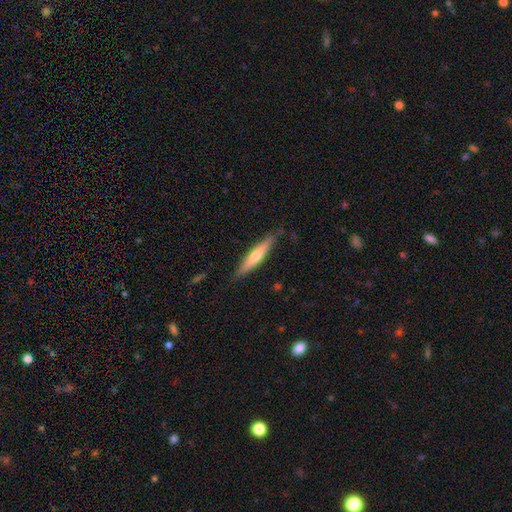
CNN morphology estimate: Smooth or featured?
  - featured or disk: 52% *
  - smooth: 42%
  - star or artifact: 6%
Edge-on disk?
  - yes: 95% *
  - no: 5%
Merging?
  - none: 86% *
  - minor disturbance: 11%
  - major disturbance: 2%
  - merger: 1%